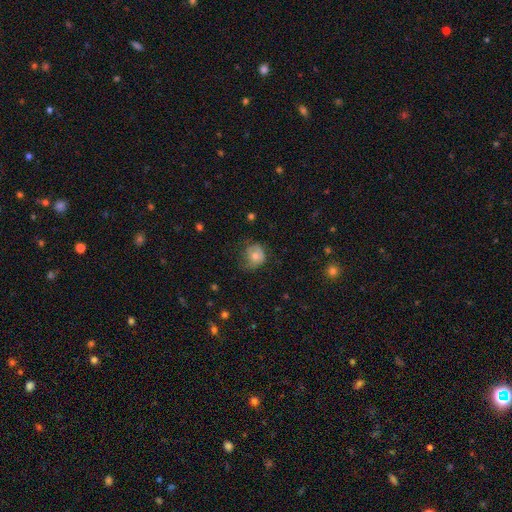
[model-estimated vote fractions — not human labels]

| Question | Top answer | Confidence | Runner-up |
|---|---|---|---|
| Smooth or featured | smooth | 68% | featured or disk (22%) |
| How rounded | round | 67% | in between (32%) |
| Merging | none | 45% | minor disturbance (33%) |